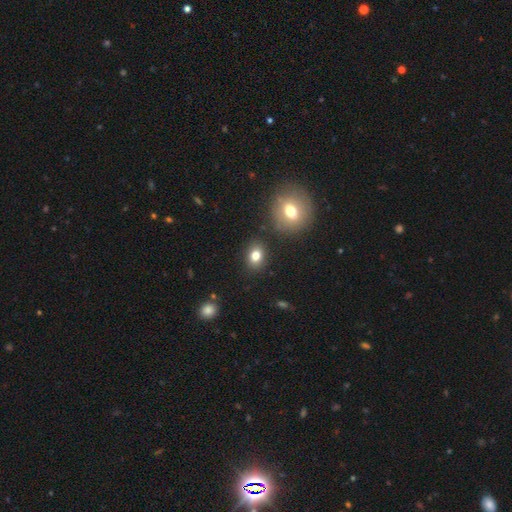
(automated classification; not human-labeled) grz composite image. It shows a smooth galaxy with no disk features (80%) that is in between round and cigar-shaped (62%). Merging: none (84%).